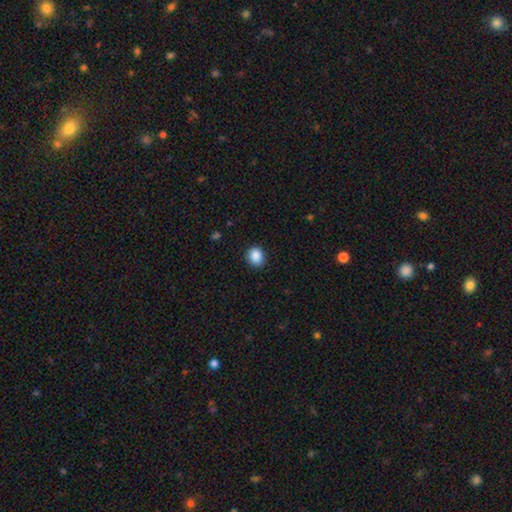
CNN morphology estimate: Smooth or featured: smooth — 88% (star or artifact — 9%)
How rounded: round — 73% (in between — 26%)
Merging: none — 88% (minor disturbance — 9%)